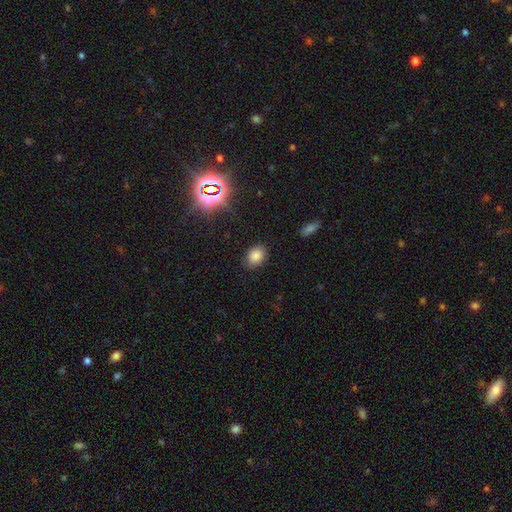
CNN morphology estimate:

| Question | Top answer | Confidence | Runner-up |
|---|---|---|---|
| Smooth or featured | smooth | 80% | star or artifact (15%) |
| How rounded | in between | 65% | round (34%) |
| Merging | none | 84% | minor disturbance (12%) |